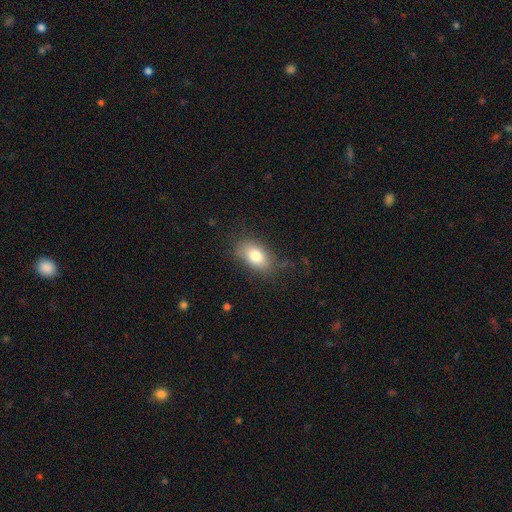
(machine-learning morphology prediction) Smooth or featured: smooth — 80% (featured or disk — 12%)
How rounded: in between — 90% (round — 7%)
Merging: none — 75% (minor disturbance — 18%)